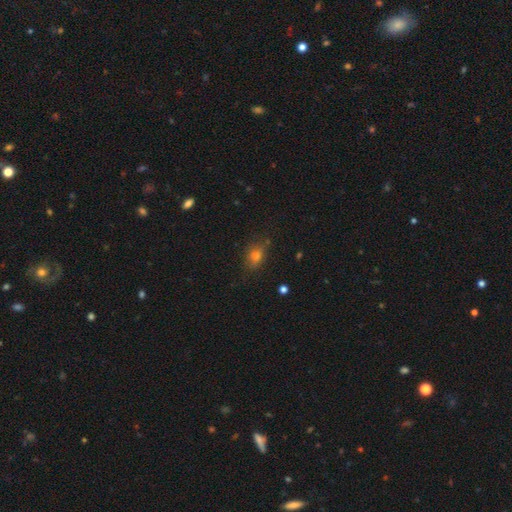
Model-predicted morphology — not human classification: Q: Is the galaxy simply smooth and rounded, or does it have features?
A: smooth — 72%.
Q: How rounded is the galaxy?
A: in between — 64%.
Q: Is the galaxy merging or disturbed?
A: none — 75%.